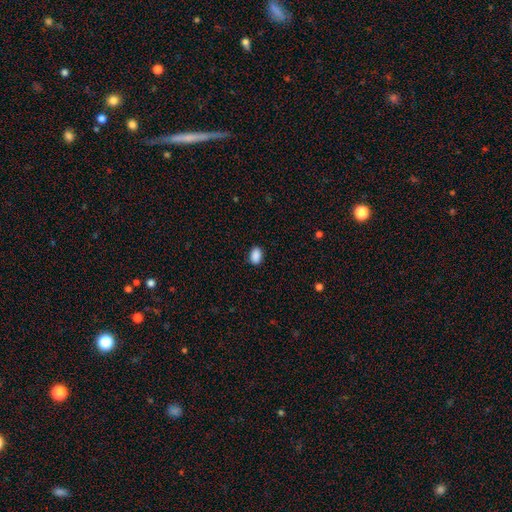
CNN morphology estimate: Q: Smooth or featured?
A: smooth (90%); runner-up: star or artifact (8%)
Q: How rounded?
A: in between (86%); runner-up: round (12%)
Q: Merging?
A: none (87%); runner-up: minor disturbance (9%)